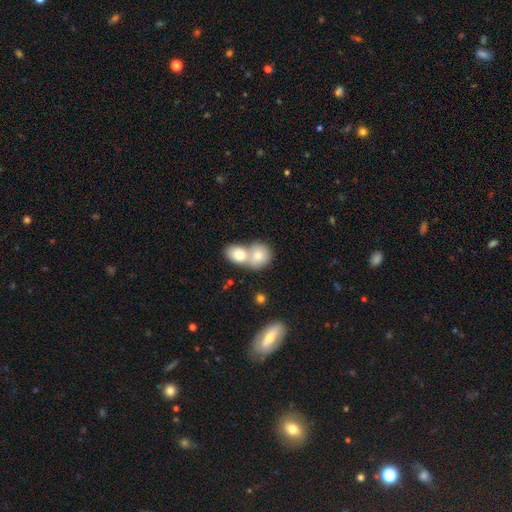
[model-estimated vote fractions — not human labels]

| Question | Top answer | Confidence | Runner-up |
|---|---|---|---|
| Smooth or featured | smooth | 75% | featured or disk (16%) |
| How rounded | round | 63% | in between (36%) |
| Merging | merger | 69% | none (24%) |